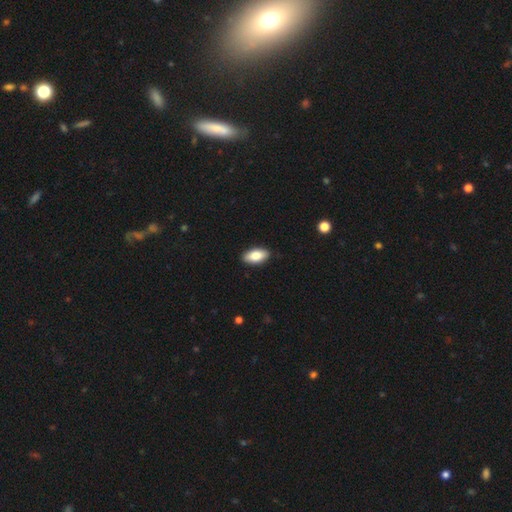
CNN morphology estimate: Smooth or featured? Predicted: smooth (p=0.83). How rounded? Predicted: in between (p=0.92). Merging? Predicted: none (p=0.90).